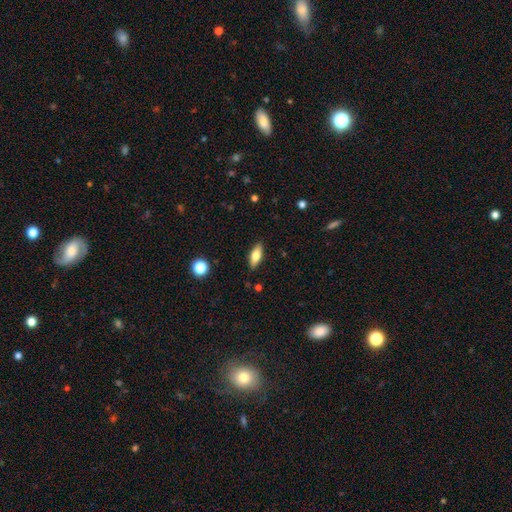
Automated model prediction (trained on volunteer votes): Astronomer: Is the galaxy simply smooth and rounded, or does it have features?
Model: smooth — 69%.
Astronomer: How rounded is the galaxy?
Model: in between — 72%.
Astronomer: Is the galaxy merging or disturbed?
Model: none — 87%.